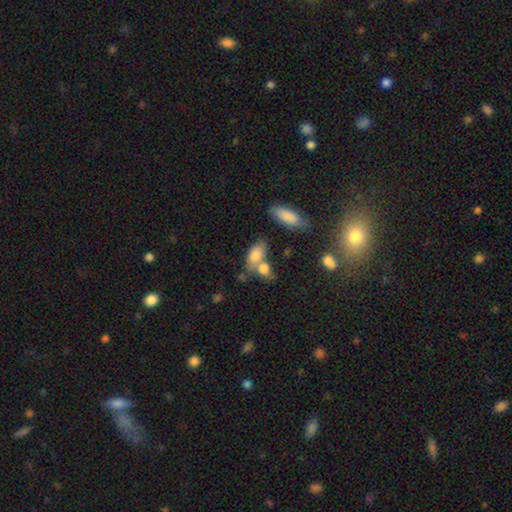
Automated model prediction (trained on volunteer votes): Smooth or featured?
  - smooth: 79% *
  - featured or disk: 13%
  - star or artifact: 8%
How rounded?
  - in between: 84% *
  - round: 10%
  - cigar-shaped: 6%
Merging?
  - merger: 44% *
  - none: 36%
  - minor disturbance: 13%
  - major disturbance: 7%